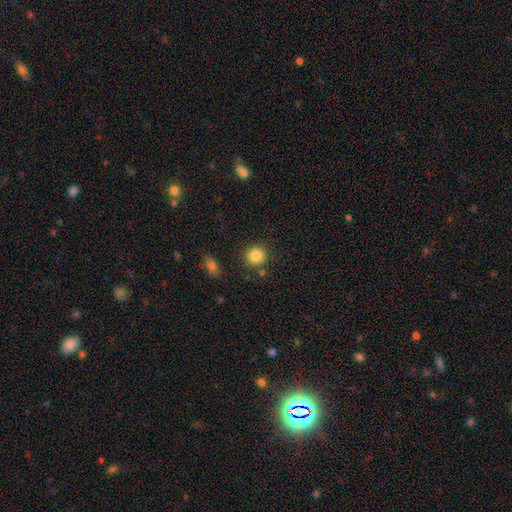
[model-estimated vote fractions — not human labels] A smooth galaxy with no disk features (86%) that is round (89%).

Vote fractions:
- Smooth or featured? smooth: 86% / star or artifact: 9% / featured or disk: 5%
- How rounded? round: 89% / in between: 10% / cigar-shaped: 1%
- Merging? none: 82% / minor disturbance: 9% / merger: 6% / major disturbance: 3%